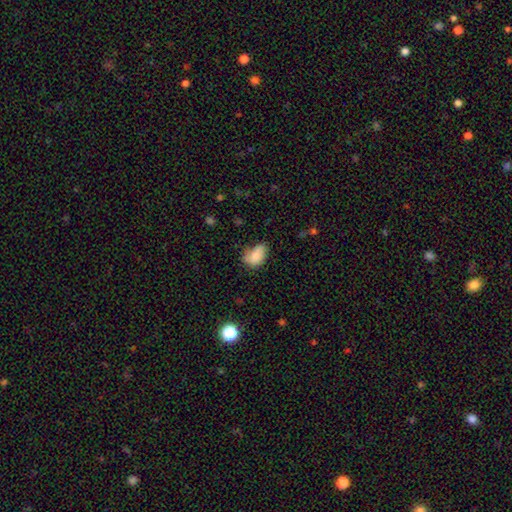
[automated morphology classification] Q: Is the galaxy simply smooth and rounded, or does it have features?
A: smooth — 79%.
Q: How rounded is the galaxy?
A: in between — 83%.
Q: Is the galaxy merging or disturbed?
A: none — 45%.